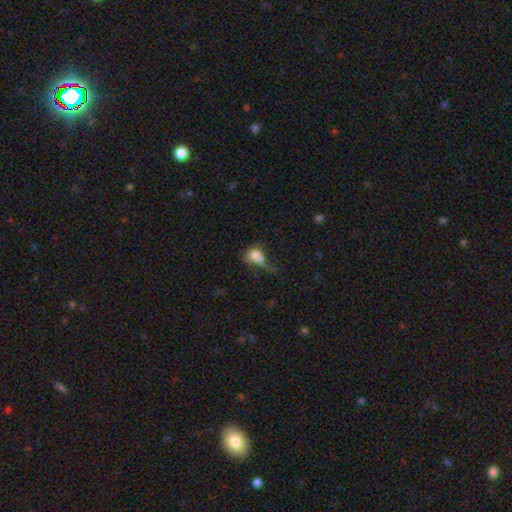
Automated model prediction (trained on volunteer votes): Q: Smooth or featured?
A: smooth (72%); runner-up: featured or disk (17%)
Q: How rounded?
A: round (51%); runner-up: in between (46%)
Q: Merging?
A: major disturbance (31%); runner-up: merger (29%)